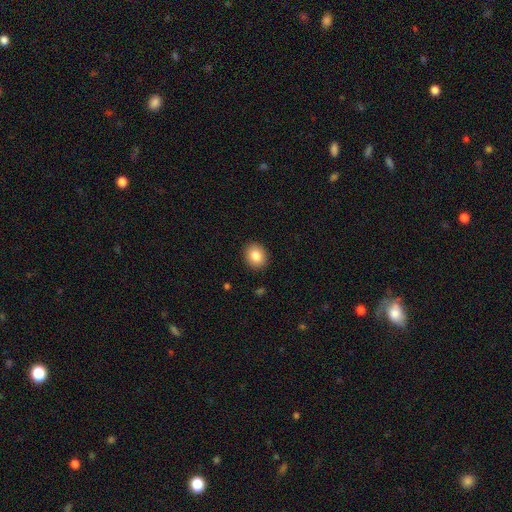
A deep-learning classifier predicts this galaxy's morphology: type=smooth (84%); roundness=round (69%); merging=none (91%).